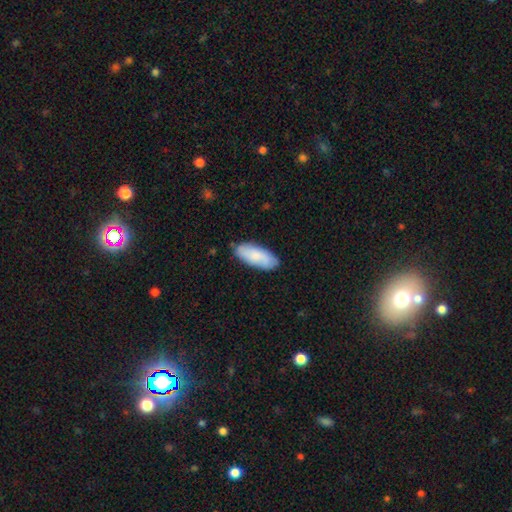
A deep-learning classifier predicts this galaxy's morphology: This appears to be a smooth galaxy with no disk features (79%) that is in between round and cigar-shaped (82%). Merging: none (84%).